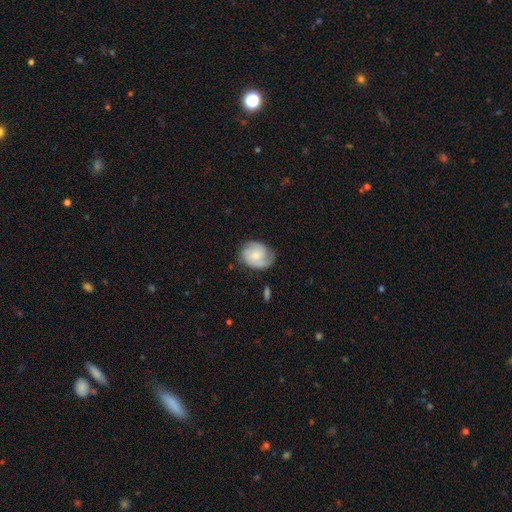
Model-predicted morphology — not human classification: type=featured or disk (58%); edge-on=no (97%); bar=no (71%); spiral arms=yes (89%); bulge=small (55%); merging=none (64%).